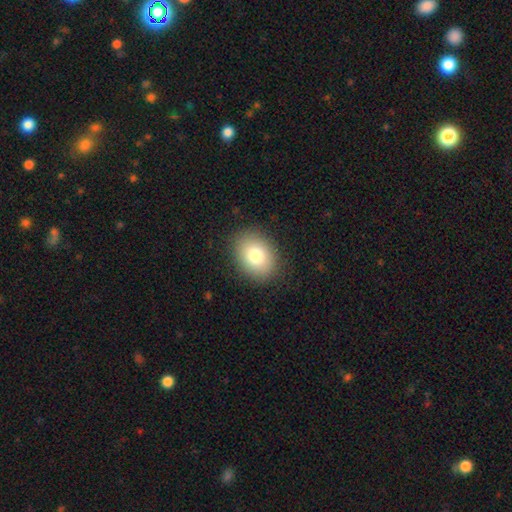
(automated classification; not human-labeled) Smooth or featured?
  - smooth: 80% *
  - featured or disk: 10%
  - star or artifact: 9%
How rounded?
  - in between: 58% *
  - round: 41%
  - cigar-shaped: 1%
Merging?
  - none: 88% *
  - minor disturbance: 9%
  - major disturbance: 3%
  - merger: 1%